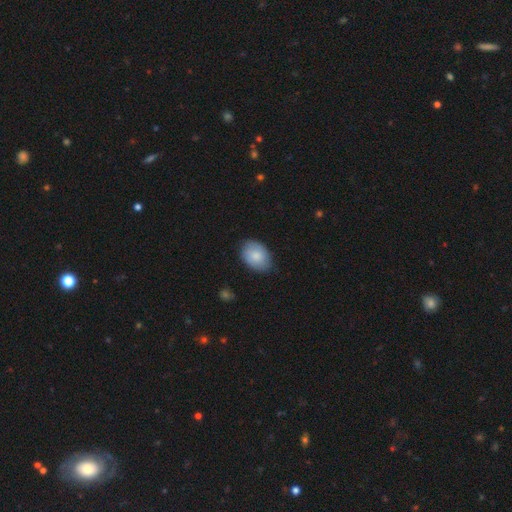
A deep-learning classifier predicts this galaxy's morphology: Smooth or featured? smooth (84%)
How rounded? in between (80%)
Merging? none (81%)